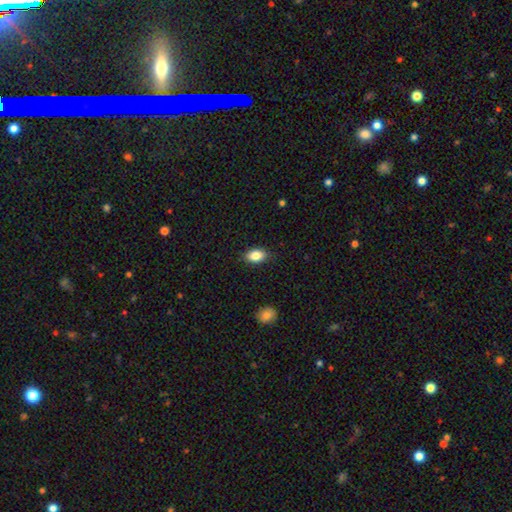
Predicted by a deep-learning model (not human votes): A smooth galaxy with no disk features (85%) that is in between round and cigar-shaped (88%).

Vote fractions:
- Smooth or featured? smooth: 85% / star or artifact: 8% / featured or disk: 7%
- How rounded? in between: 88% / round: 10% / cigar-shaped: 2%
- Merging? none: 86% / minor disturbance: 11% / major disturbance: 2% / merger: 1%